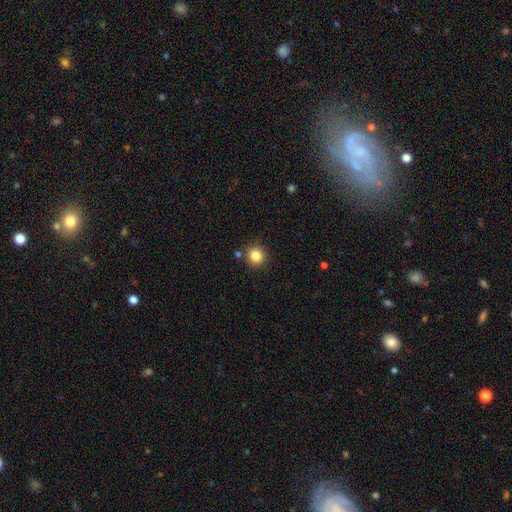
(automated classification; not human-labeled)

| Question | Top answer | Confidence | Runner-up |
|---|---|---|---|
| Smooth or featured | smooth | 84% | star or artifact (11%) |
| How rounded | round | 92% | in between (7%) |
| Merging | none | 86% | minor disturbance (7%) |